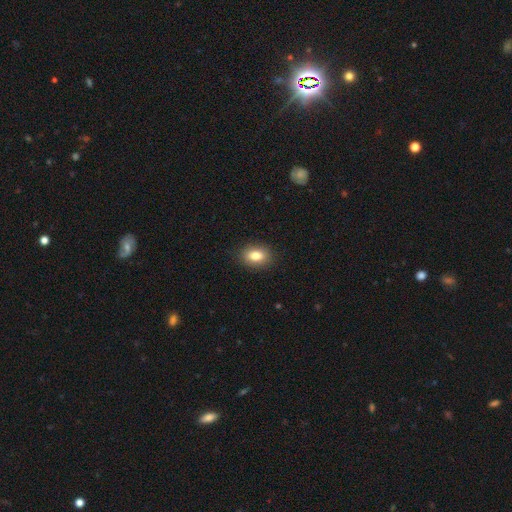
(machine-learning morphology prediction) The model was most divided on "how rounded": in between: 80%, round: 19%, cigar-shaped: 2%. More confident: merging — none (88%); smooth or featured — smooth (84%).